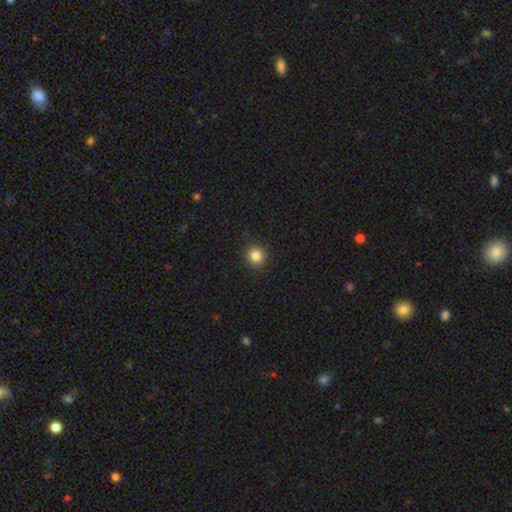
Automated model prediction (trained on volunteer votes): A smooth galaxy with no disk features (84%) that is round (92%). Merging: none (92%).